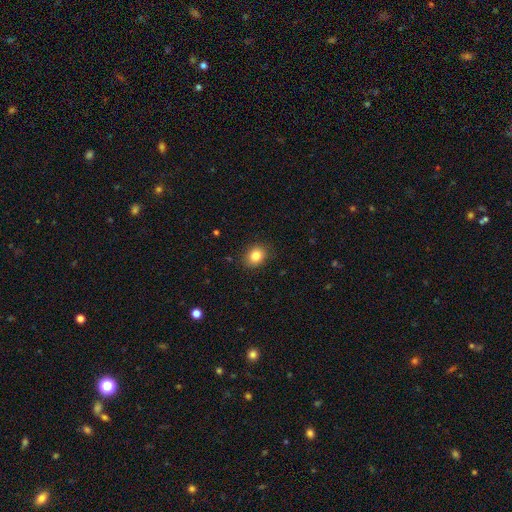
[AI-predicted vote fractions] smooth-or-featured: smooth: 84% | star or artifact: 10% | featured or disk: 6%
  how-rounded: round: 59% | in between: 40% | cigar-shaped: 1%
  merging: none: 88% | minor disturbance: 9% | major disturbance: 2% | merger: 1%